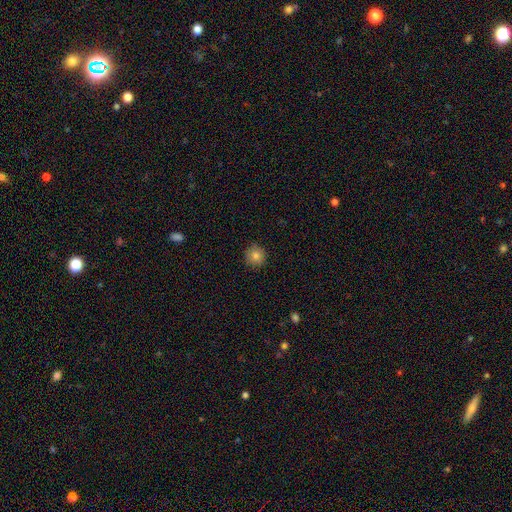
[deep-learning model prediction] Q: Smooth or featured?
A: smooth (82%); runner-up: star or artifact (10%)
Q: How rounded?
A: round (94%); runner-up: in between (5%)
Q: Merging?
A: none (89%); runner-up: minor disturbance (8%)